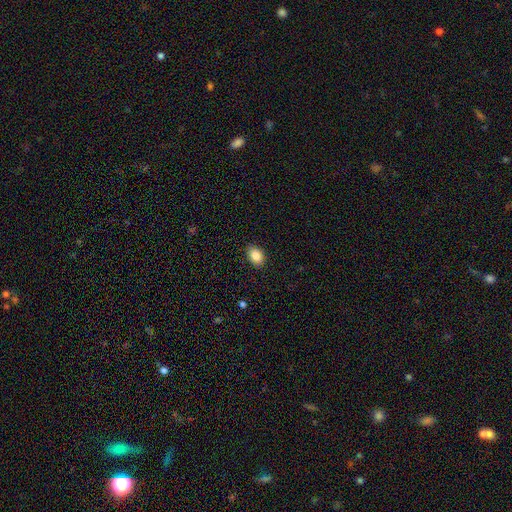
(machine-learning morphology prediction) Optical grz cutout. It shows a smooth galaxy with no disk features (87%) that is in between round and cigar-shaped (80%). Merging: none (88%).